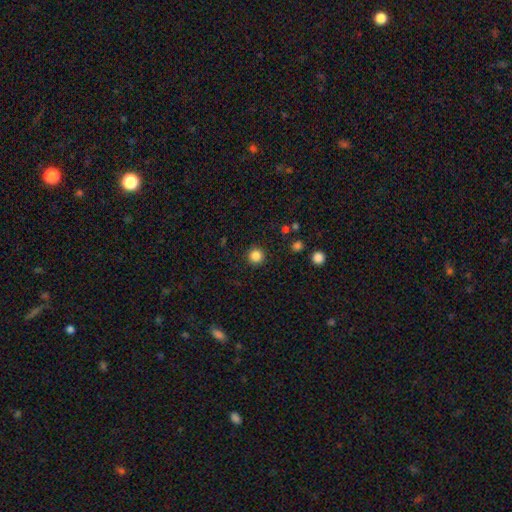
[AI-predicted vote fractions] Overall: smooth (85%). How rounded: round (95%). Merging: none (91%).